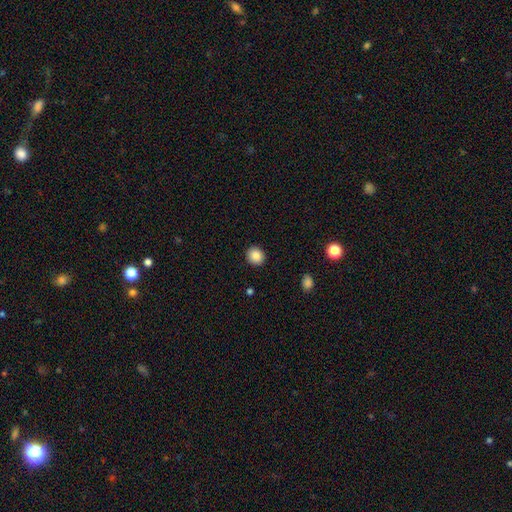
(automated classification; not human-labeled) Smooth or featured?
  - smooth: 87% *
  - star or artifact: 9%
  - featured or disk: 4%
How rounded?
  - round: 84% *
  - in between: 16%
  - cigar-shaped: 1%
Merging?
  - none: 92% *
  - minor disturbance: 5%
  - major disturbance: 2%
  - merger: 1%